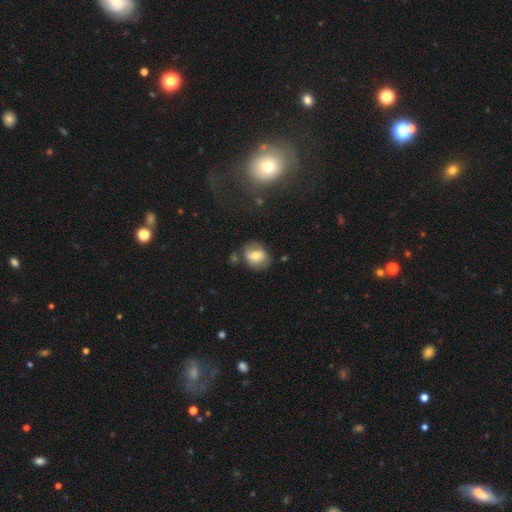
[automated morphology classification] smooth 56%, featured or disk 34%, star or artifact 9%. Down the decision tree: how rounded — round (55%); merging — none (68%).